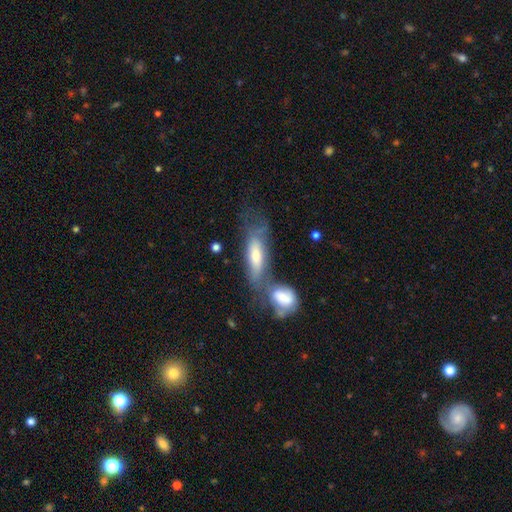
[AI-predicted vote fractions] smooth_or_featured: smooth (p=0.56) [alt: featured or disk p=0.37]
how_rounded: in between (p=0.63) [alt: cigar-shaped p=0.35]
merging: merger (p=0.49) [alt: none p=0.25]